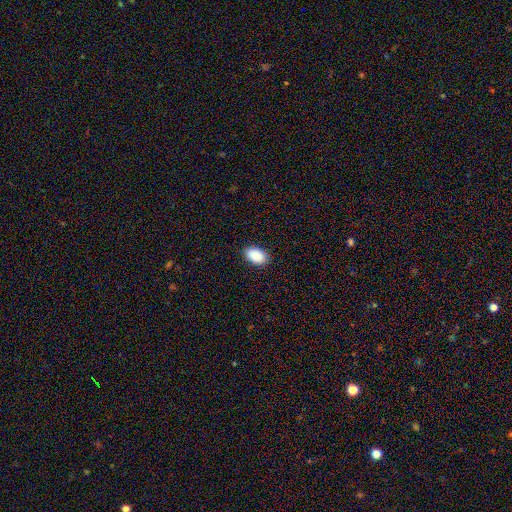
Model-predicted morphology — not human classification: Overall: smooth (91%). How rounded: in between (91%). Merging: none (88%).